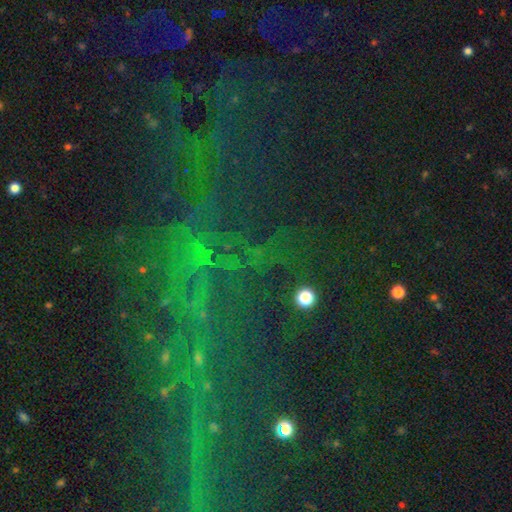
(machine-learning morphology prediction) This is likely a star or artifact rather than a galaxy (71%).